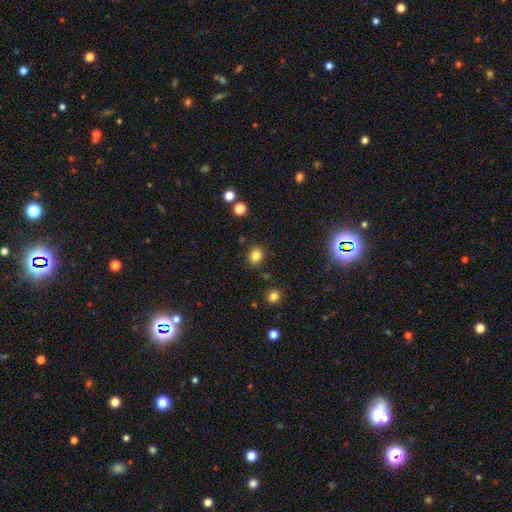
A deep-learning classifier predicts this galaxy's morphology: smooth 83%, star or artifact 12%, featured or disk 5%. Down the decision tree: how rounded — round (68%); merging — none (87%).